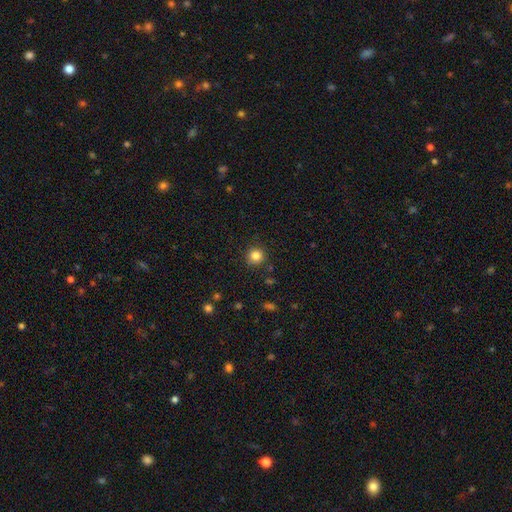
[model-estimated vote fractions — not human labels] Overall: smooth (83%). How rounded: round (93%). Merging: none (90%).